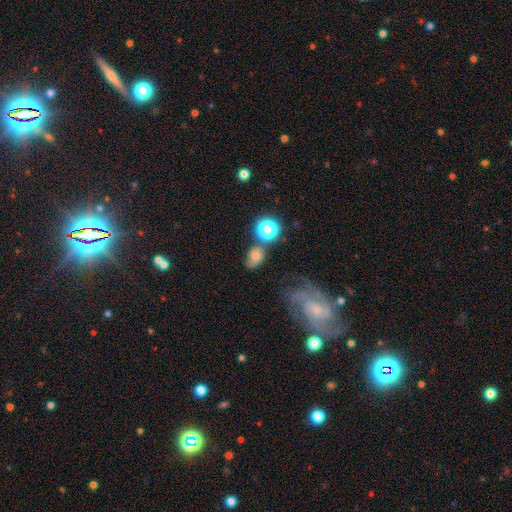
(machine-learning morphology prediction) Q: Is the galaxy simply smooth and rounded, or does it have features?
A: smooth — 59%.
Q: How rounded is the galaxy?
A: in between — 59%.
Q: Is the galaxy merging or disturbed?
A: none — 51%.